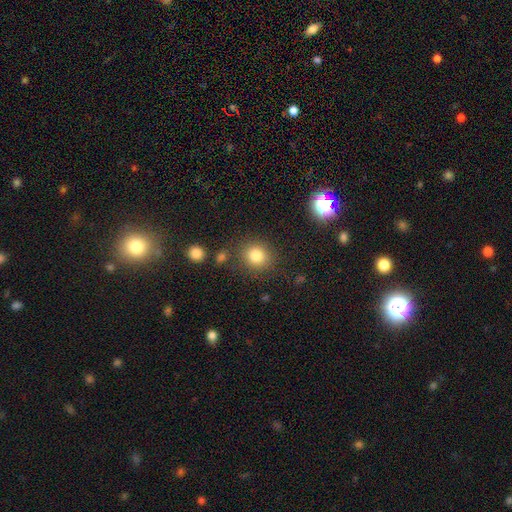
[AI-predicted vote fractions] The model was most divided on "how rounded": round: 82%, in between: 17%, cigar-shaped: 1%. More confident: smooth or featured — smooth (83%); merging — none (81%).